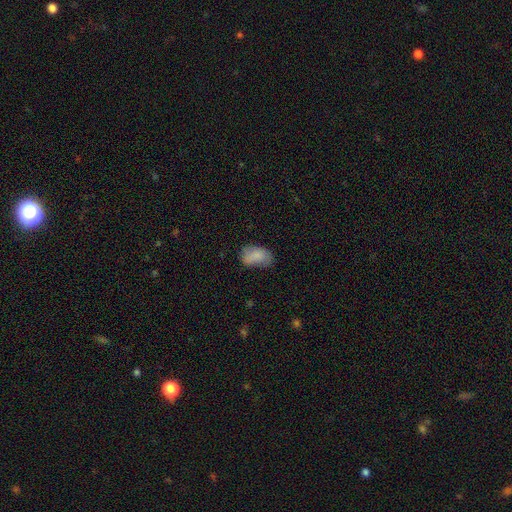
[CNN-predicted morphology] This appears to be a smooth galaxy with no disk features (81%) that is in between round and cigar-shaped (92%). Merging: none (52%).